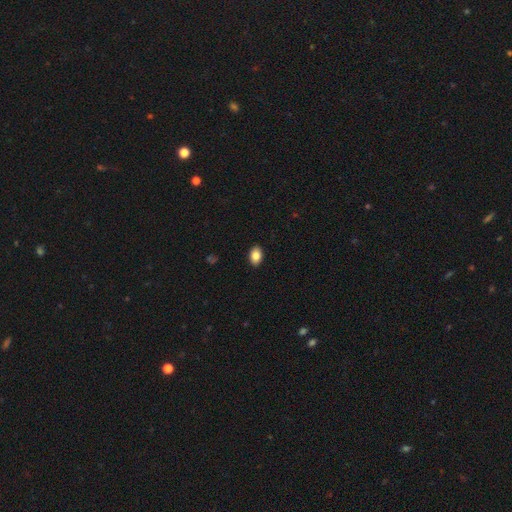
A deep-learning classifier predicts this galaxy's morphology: A smooth galaxy with no disk features (86%) that is in between round and cigar-shaped (87%). Merging: none (91%).